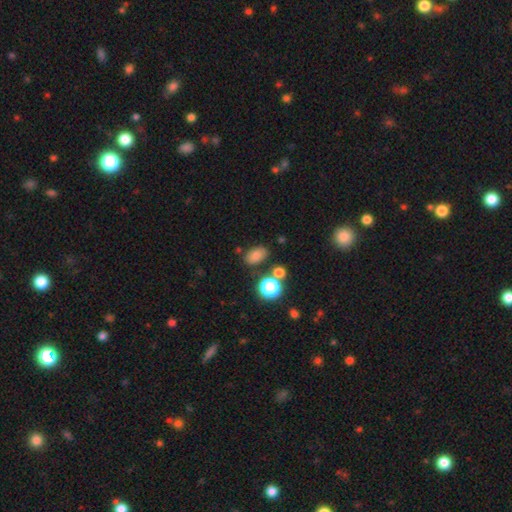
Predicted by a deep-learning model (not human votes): Morphology: type=smooth (78%); roundness=in between (81%); merging=none (75%).